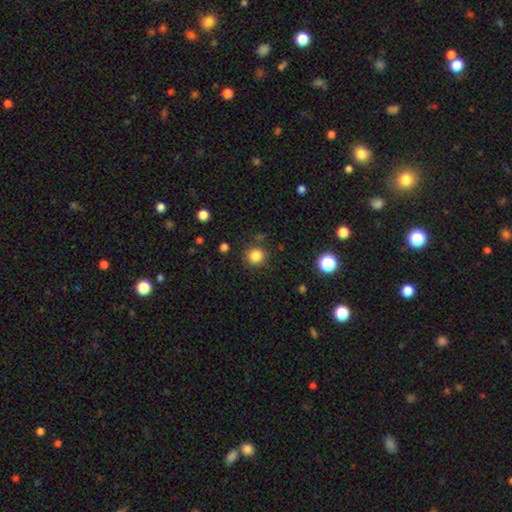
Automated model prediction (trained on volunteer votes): This appears to be a smooth galaxy with no disk features (84%) that is round (90%). Merging: none (85%).